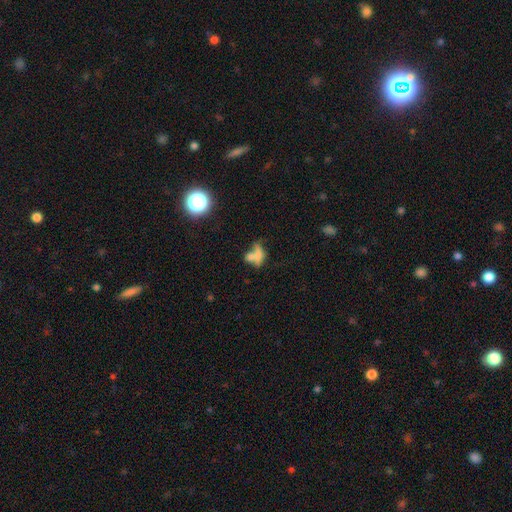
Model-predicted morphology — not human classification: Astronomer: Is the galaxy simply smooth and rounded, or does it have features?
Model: smooth — 57%.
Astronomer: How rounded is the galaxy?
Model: in between — 58%.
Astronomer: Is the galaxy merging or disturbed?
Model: merger — 50% (runner-up: none, 28%).